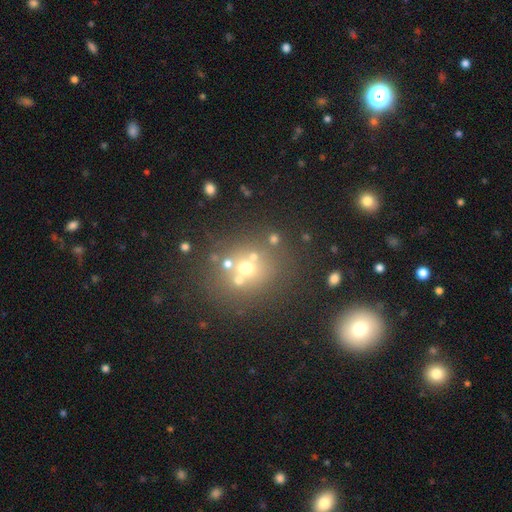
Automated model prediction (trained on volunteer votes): Overall: smooth (46%; star or artifact 36%). Merging: none (55%; merger 31%).